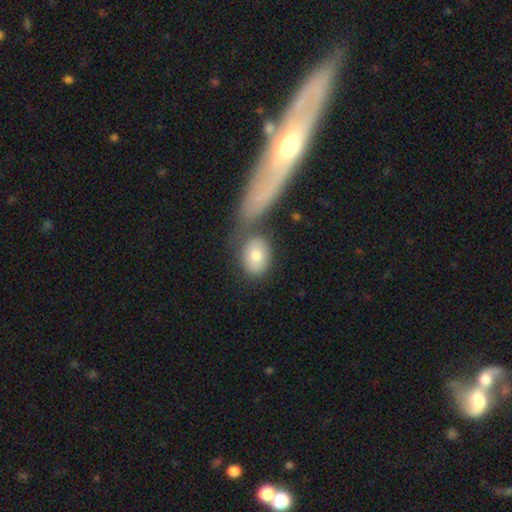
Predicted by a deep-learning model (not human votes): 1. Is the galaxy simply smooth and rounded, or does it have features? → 76% smooth, 18% featured or disk, 7% star or artifact.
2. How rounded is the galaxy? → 64% in between, 32% round, 4% cigar-shaped.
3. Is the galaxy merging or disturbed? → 61% none, 21% merger, 13% minor disturbance, 5% major disturbance.